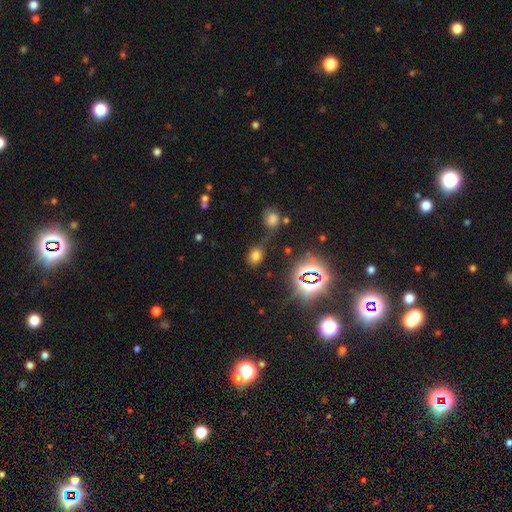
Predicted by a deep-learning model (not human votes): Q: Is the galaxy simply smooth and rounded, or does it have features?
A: smooth — 64%.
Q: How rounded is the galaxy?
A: round — 52%.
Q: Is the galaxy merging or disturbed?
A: none — 67%.